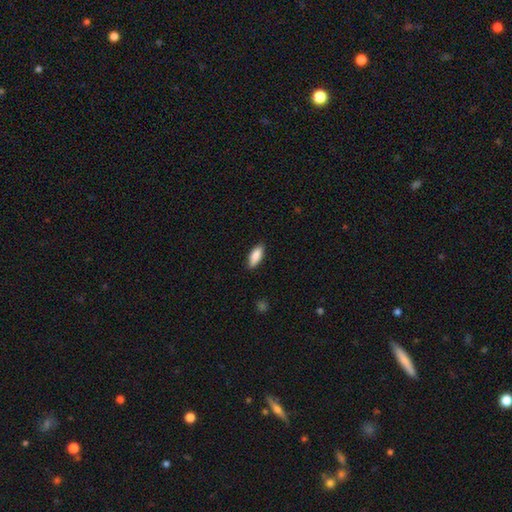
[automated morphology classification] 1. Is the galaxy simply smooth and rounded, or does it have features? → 87% smooth, 7% featured or disk, 6% star or artifact.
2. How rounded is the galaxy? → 75% in between, 23% cigar-shaped, 2% round.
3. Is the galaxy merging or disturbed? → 87% none, 10% minor disturbance, 2% major disturbance, 1% merger.